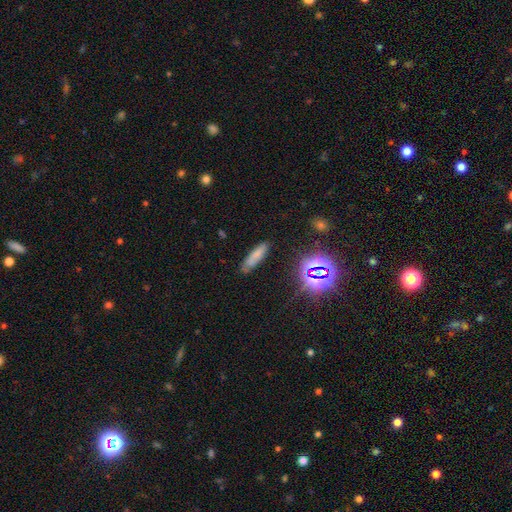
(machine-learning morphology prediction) The model was most divided on "how rounded": cigar-shaped: 66%, in between: 31%, round: 3%. More confident: merging — none (78%); smooth or featured — smooth (67%).